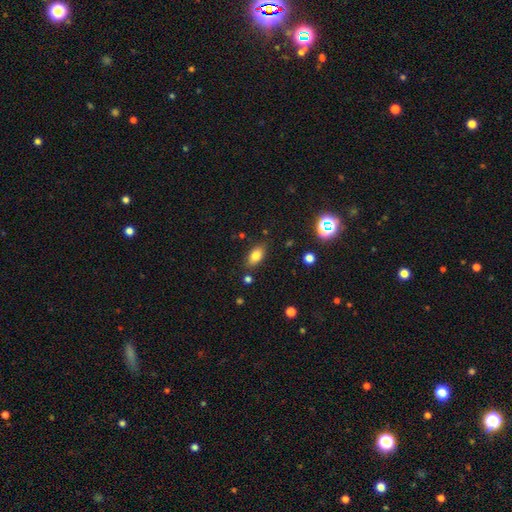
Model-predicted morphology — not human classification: This appears to be a smooth galaxy with no disk features (79%) that is in between round and cigar-shaped (87%). Merging: none (82%).